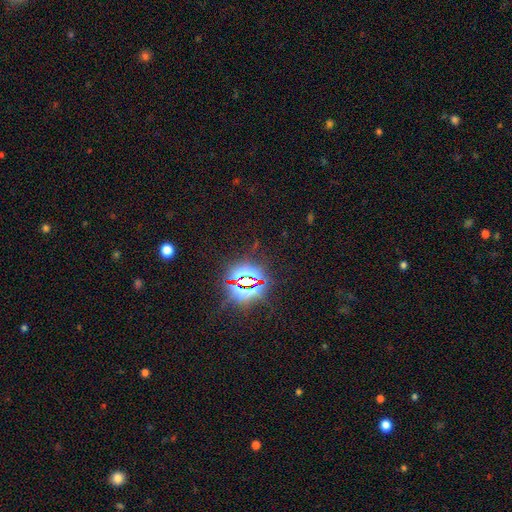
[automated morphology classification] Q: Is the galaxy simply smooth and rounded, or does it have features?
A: star or artifact — 85%.